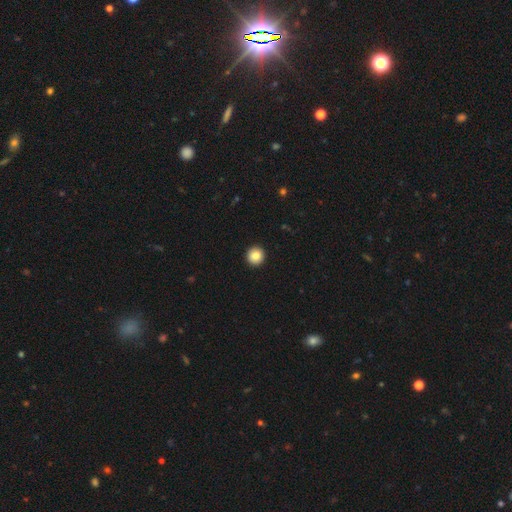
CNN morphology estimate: Smooth or featured? smooth (84%)
How rounded? round (95%)
Merging? none (94%)